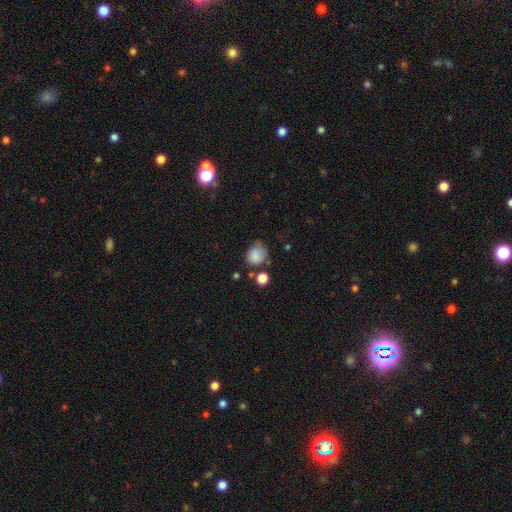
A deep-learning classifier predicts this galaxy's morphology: A smooth galaxy with no disk features (81%) that is round (69%).

Vote fractions:
- Smooth or featured? smooth: 81% / star or artifact: 10% / featured or disk: 8%
- How rounded? round: 69% / in between: 30% / cigar-shaped: 1%
- Merging? none: 52% / minor disturbance: 30% / major disturbance: 10% / merger: 8%